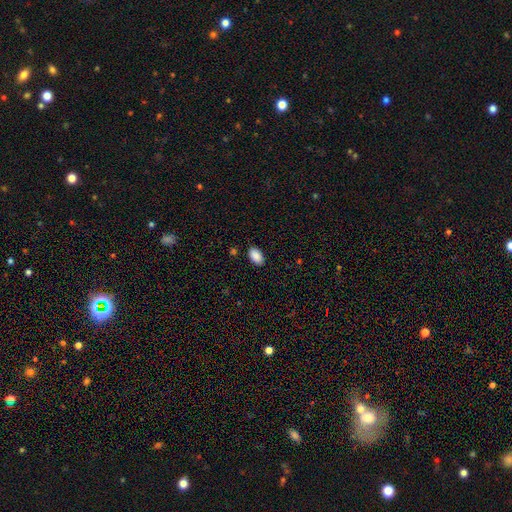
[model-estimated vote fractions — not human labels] A smooth galaxy with no disk features (90%) that is in between round and cigar-shaped (93%).

Vote fractions:
- Smooth or featured? smooth: 90% / star or artifact: 7% / featured or disk: 3%
- How rounded? in between: 93% / round: 5% / cigar-shaped: 1%
- Merging? none: 87% / minor disturbance: 9% / major disturbance: 2% / merger: 1%